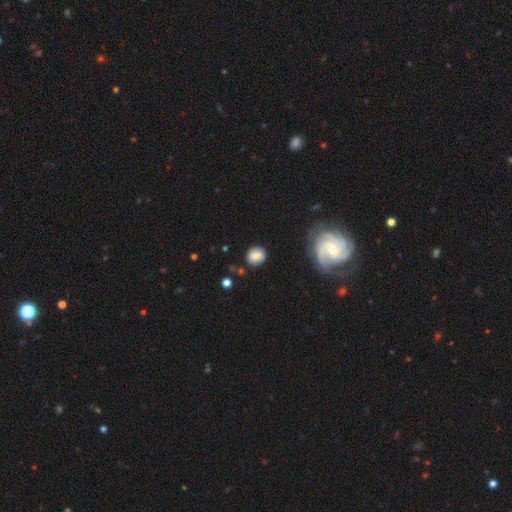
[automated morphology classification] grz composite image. It shows a smooth galaxy with no disk features (72%) that is round (79%). Merging: none (78%).